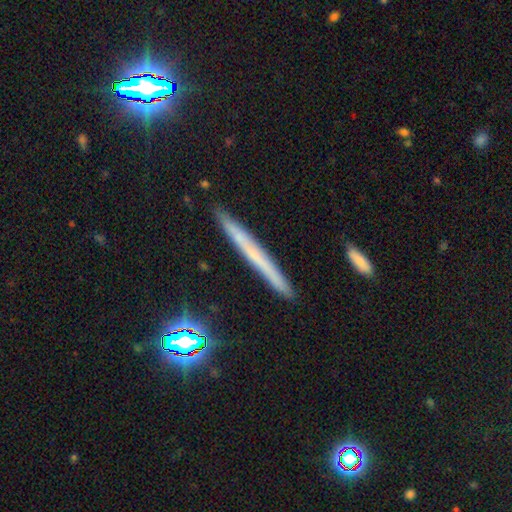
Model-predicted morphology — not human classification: Smooth or featured: smooth — 44% (featured or disk — 42%)
Merging: none — 91% (minor disturbance — 7%)